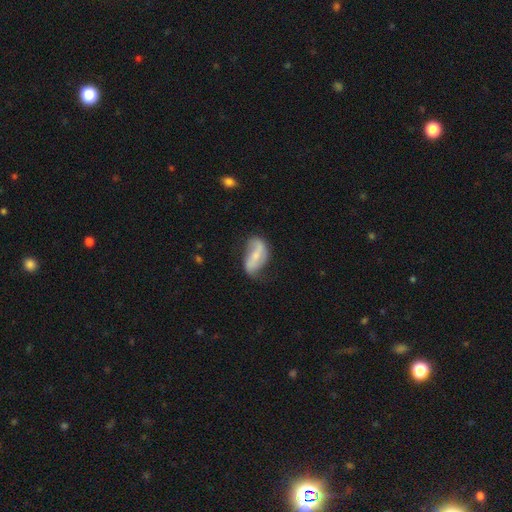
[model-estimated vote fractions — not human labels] A featured or disk galaxy (62%) with a strong bar (38%), spiral arms (82%) and a small central bulge (53%). Merging: none (52%).